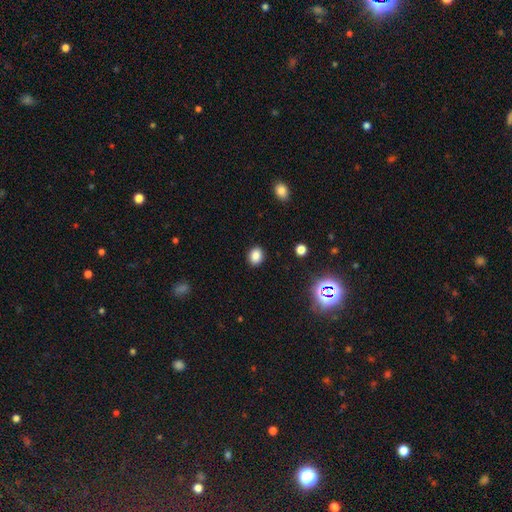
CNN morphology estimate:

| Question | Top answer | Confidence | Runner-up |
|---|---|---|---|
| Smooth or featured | smooth | 85% | star or artifact (12%) |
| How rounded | round | 52% | in between (47%) |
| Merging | none | 90% | minor disturbance (7%) |